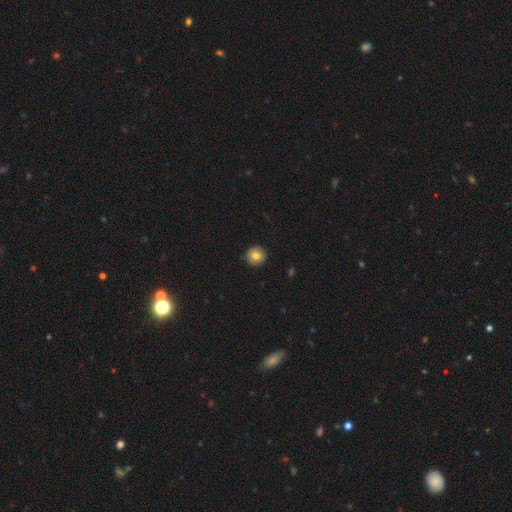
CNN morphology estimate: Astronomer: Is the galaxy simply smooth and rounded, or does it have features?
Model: smooth — 79%.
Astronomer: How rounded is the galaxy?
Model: round — 95%.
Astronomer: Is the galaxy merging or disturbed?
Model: none — 91%.